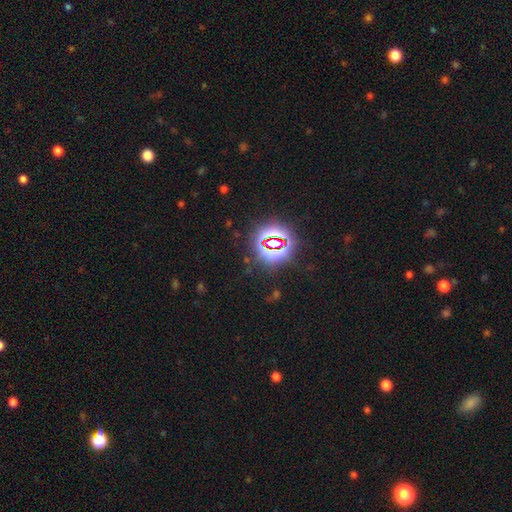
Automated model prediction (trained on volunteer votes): The model was most divided on "smooth or featured": star or artifact: 82%, smooth: 11%, featured or disk: 7%.